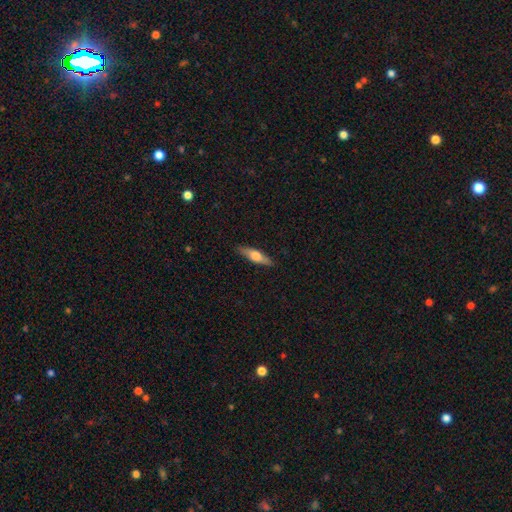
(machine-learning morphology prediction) Smooth or featured? smooth (51%)
How rounded? cigar-shaped (65%)
Merging? none (88%)